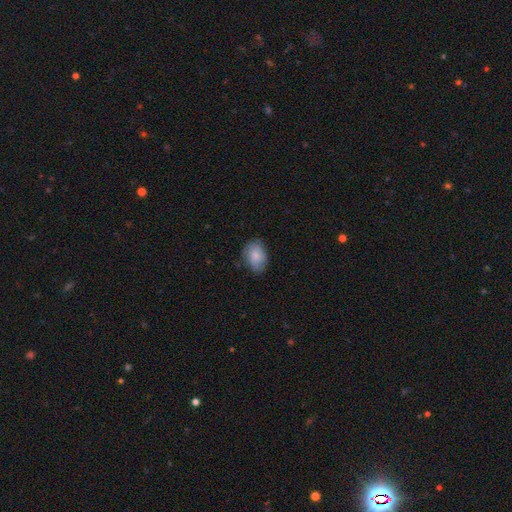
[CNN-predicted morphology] A smooth galaxy with no disk features (79%) that is in between round and cigar-shaped (79%). Merging: none (72%).